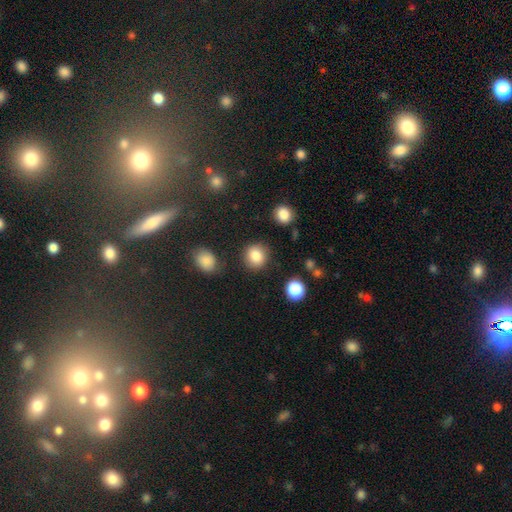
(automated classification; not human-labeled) smooth_or_featured: smooth (p=0.84) [alt: star or artifact p=0.10]
how_rounded: round (p=0.85) [alt: in between p=0.14]
merging: none (p=0.85) [alt: minor disturbance p=0.09]